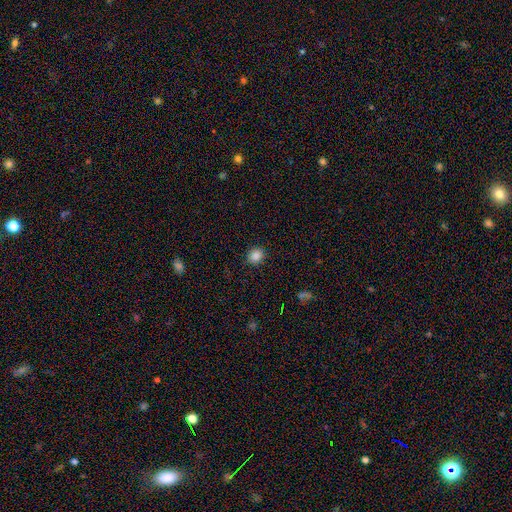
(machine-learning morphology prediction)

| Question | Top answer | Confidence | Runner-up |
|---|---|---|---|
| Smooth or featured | smooth | 86% | star or artifact (11%) |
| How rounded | round | 75% | in between (24%) |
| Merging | none | 90% | minor disturbance (7%) |